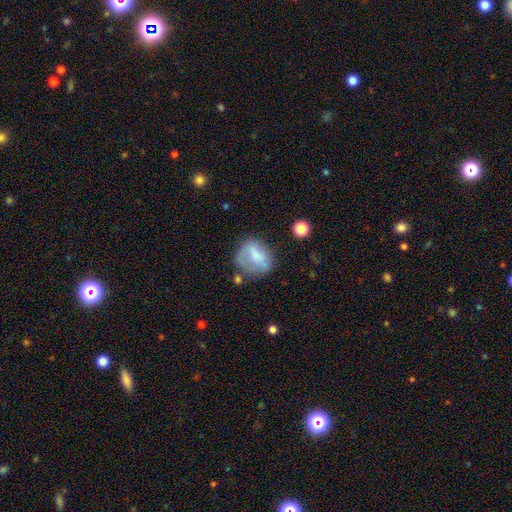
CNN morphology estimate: Smooth or featured: smooth — 60% (featured or disk — 31%)
How rounded: round — 60% (in between — 38%)
Merging: none — 47% (minor disturbance — 27%)